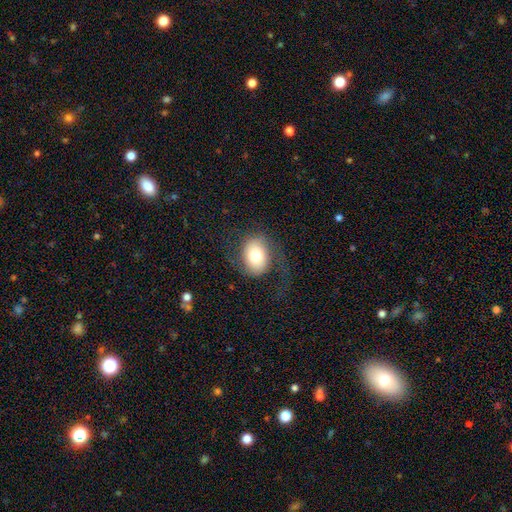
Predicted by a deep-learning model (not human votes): A smooth galaxy with no disk features (54%) that is in between round and cigar-shaped (65%). Merging: none (57%).